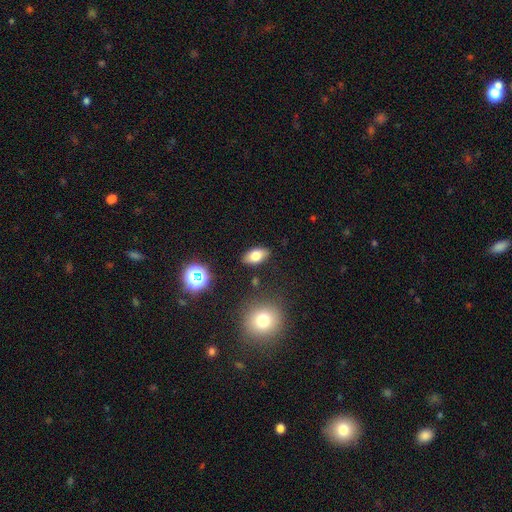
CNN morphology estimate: Smooth or featured? Predicted: smooth (p=0.76). How rounded? Predicted: in between (p=0.89). Merging? Predicted: none (p=0.86).